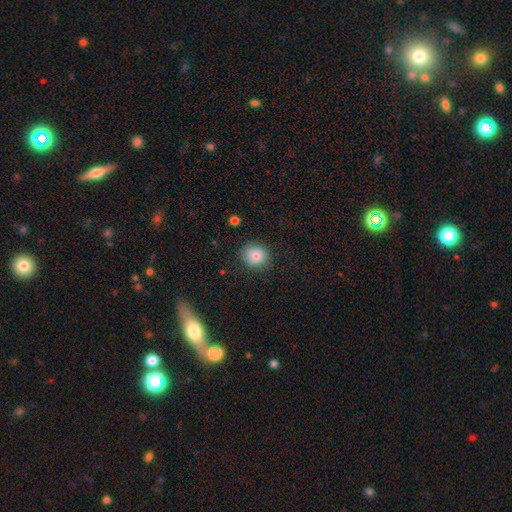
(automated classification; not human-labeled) Smooth or featured? Predicted: smooth (p=0.82). How rounded? Predicted: round (p=0.84). Merging? Predicted: none (p=0.84).